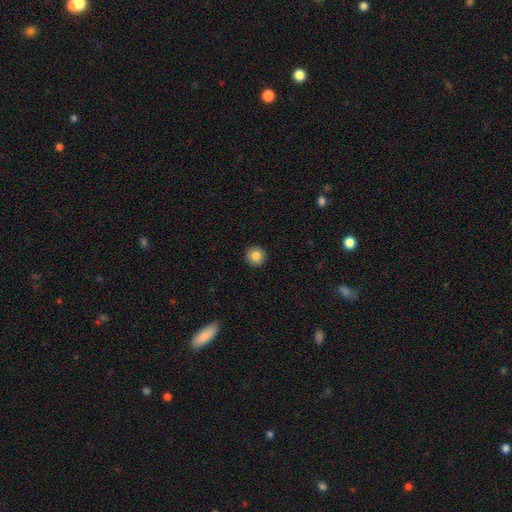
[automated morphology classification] Smooth or featured? smooth (83%)
How rounded? round (95%)
Merging? none (93%)